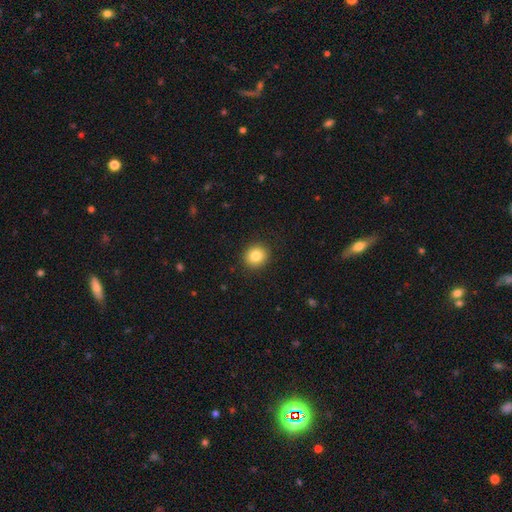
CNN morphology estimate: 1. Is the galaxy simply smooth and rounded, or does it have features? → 83% smooth, 10% star or artifact, 7% featured or disk.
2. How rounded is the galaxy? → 86% round, 13% in between, 1% cigar-shaped.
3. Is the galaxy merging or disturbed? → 91% none, 6% minor disturbance, 2% major disturbance, 1% merger.